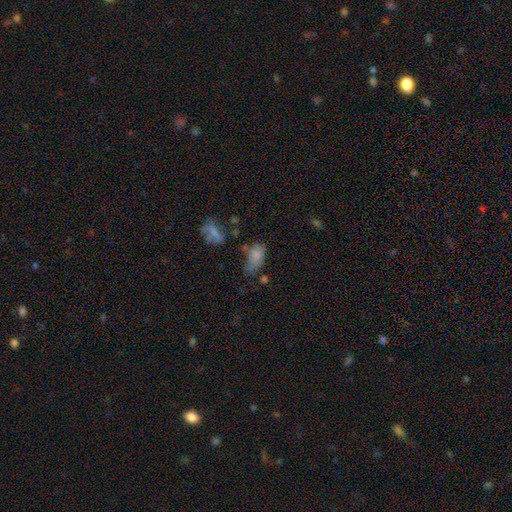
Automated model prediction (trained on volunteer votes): This appears to be a smooth galaxy with no disk features (76%) that is in between round and cigar-shaped (89%). Merging: none (37%).